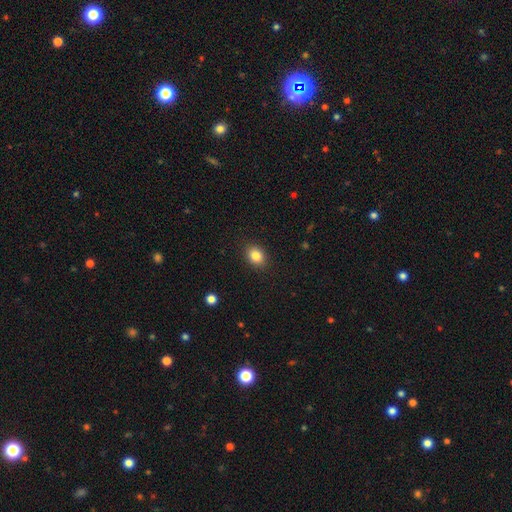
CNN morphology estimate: This appears to be a smooth galaxy with no disk features (85%) that is in between round and cigar-shaped (60%). Merging: none (89%).